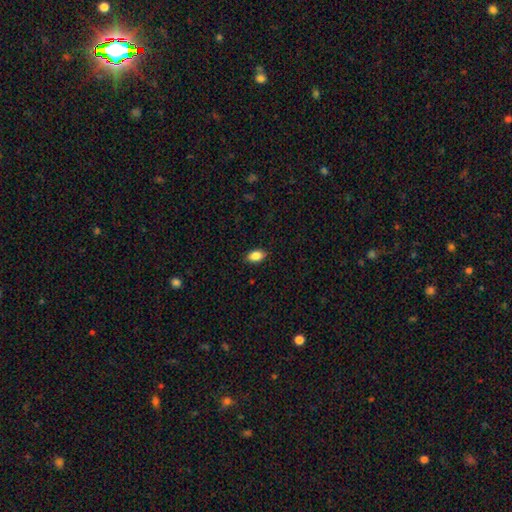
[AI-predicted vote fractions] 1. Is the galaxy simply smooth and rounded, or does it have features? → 86% smooth, 8% star or artifact, 6% featured or disk.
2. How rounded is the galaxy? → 89% in between, 9% round, 2% cigar-shaped.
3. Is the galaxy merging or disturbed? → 89% none, 9% minor disturbance, 2% major disturbance, 1% merger.